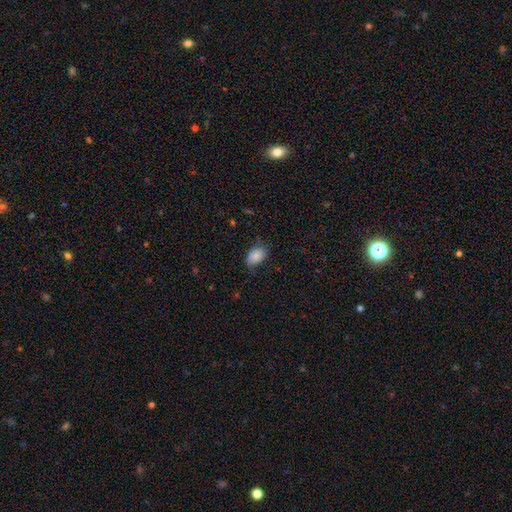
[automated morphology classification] This appears to be a smooth galaxy with no disk features (82%) that is in between round and cigar-shaped (83%). Merging: none (62%).